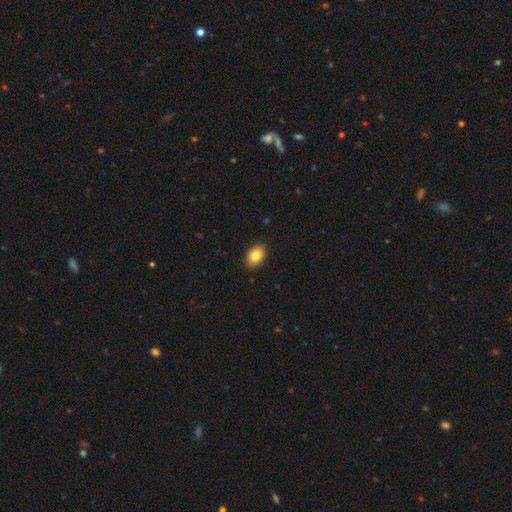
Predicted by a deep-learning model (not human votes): Smooth or featured?
  - smooth: 82% *
  - featured or disk: 10%
  - star or artifact: 8%
How rounded?
  - in between: 81% *
  - round: 18%
  - cigar-shaped: 1%
Merging?
  - none: 89% *
  - minor disturbance: 8%
  - major disturbance: 2%
  - merger: 1%